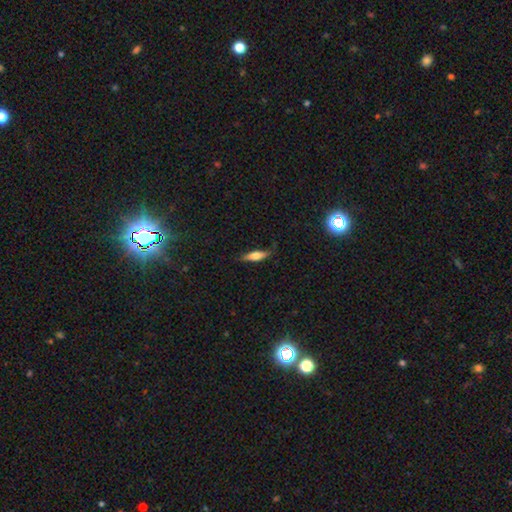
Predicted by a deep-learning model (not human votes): Overall: smooth (58%; featured or disk 35%). How rounded: cigar-shaped (65%; in between 32%). Merging: none (80%).